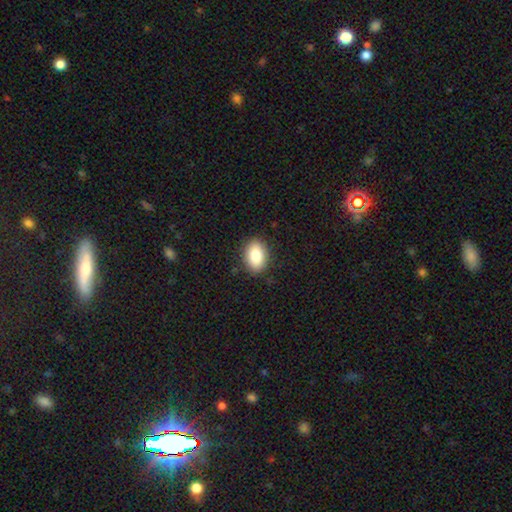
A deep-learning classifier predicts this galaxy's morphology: Smooth or featured: smooth — 84% (featured or disk — 8%)
How rounded: in between — 85% (round — 13%)
Merging: none — 88% (minor disturbance — 9%)